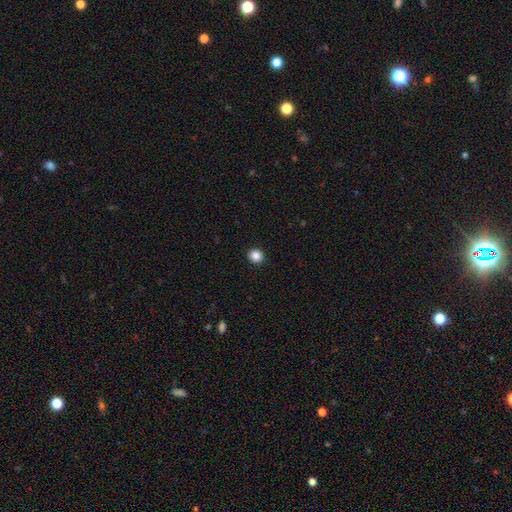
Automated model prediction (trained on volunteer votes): A smooth galaxy with no disk features (85%) that is round (89%).

Vote fractions:
- Smooth or featured? smooth: 85% / star or artifact: 11% / featured or disk: 4%
- How rounded? round: 89% / in between: 10% / cigar-shaped: 1%
- Merging? none: 93% / minor disturbance: 4% / major disturbance: 1% / merger: 1%